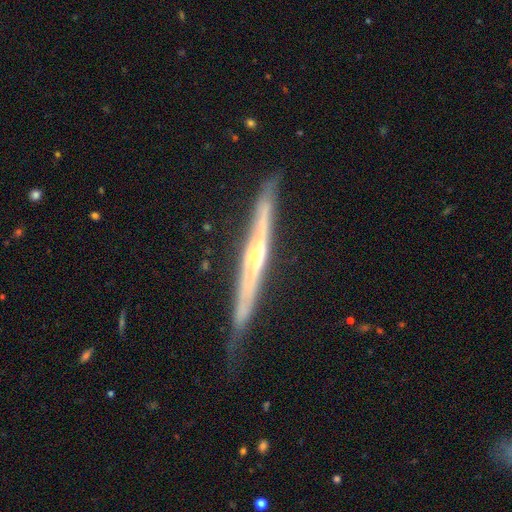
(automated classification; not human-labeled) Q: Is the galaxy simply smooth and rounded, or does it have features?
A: featured or disk — 80%.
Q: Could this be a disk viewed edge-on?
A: yes — 96%.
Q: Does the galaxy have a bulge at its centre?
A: rounded — 71%.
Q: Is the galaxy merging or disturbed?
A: none — 72%.